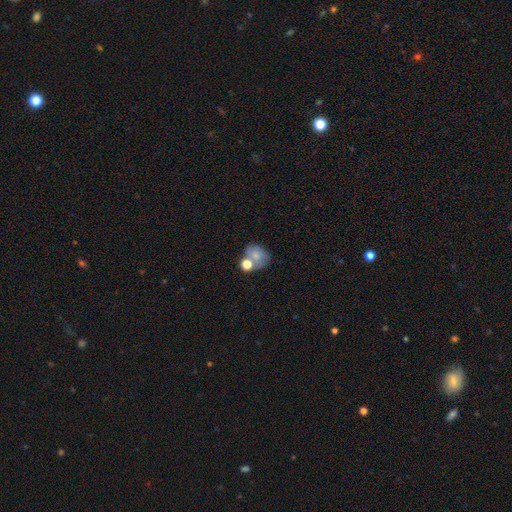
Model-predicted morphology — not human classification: smooth 71%, featured or disk 17%, star or artifact 12%. Down the decision tree: how rounded — round (57%); merging — none (43%).